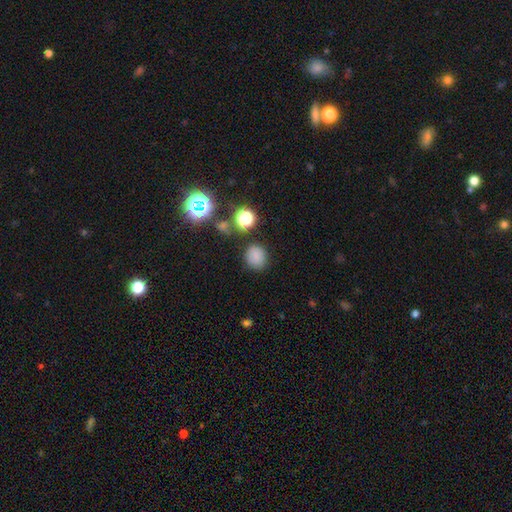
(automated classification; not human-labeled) smooth 78%, star or artifact 16%, featured or disk 6%. Down the decision tree: how rounded — round (76%); merging — none (82%).